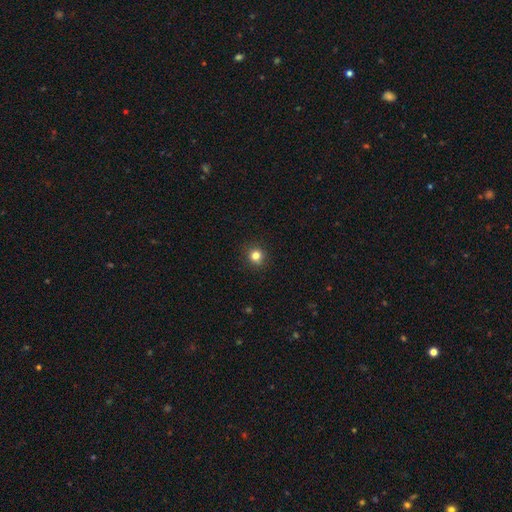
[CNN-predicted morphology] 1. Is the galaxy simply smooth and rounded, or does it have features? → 82% smooth, 13% star or artifact, 5% featured or disk.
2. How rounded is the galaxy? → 90% round, 9% in between, 1% cigar-shaped.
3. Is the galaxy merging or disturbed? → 91% none, 7% minor disturbance, 2% major disturbance, 1% merger.